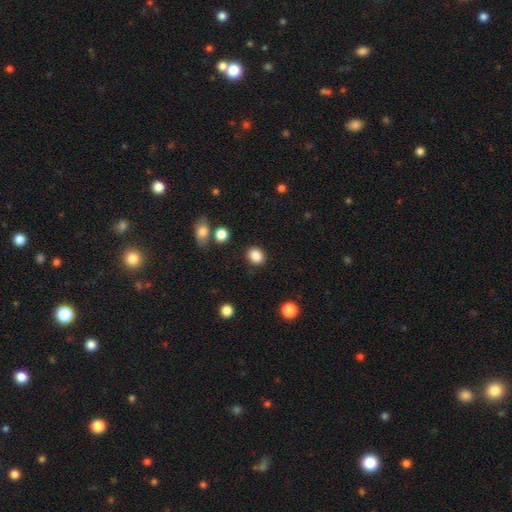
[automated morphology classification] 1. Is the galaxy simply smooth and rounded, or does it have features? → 86% smooth, 10% star or artifact, 4% featured or disk.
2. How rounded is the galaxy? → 55% round, 44% in between, 1% cigar-shaped.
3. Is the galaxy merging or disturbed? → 85% none, 9% minor disturbance, 3% major disturbance, 3% merger.